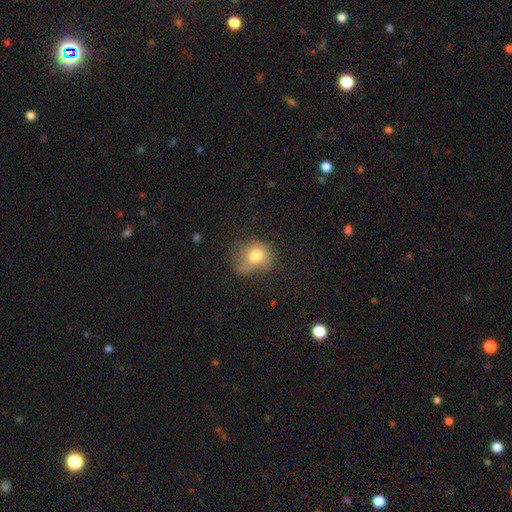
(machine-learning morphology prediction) smooth 74%, featured or disk 15%, star or artifact 11%. Down the decision tree: how rounded — round (53%); merging — none (37%).